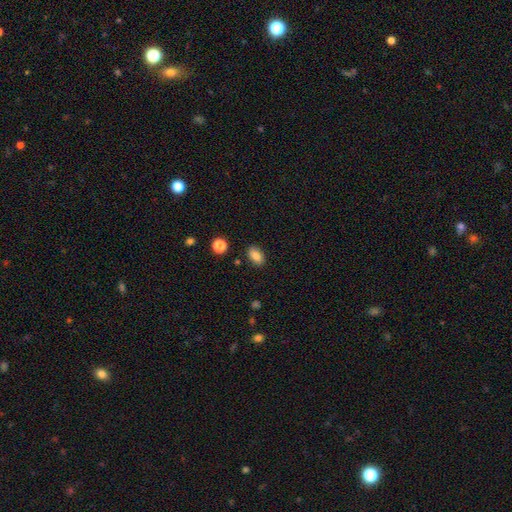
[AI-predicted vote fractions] Smooth or featured? Predicted: smooth (p=0.84). How rounded? Predicted: in between (p=0.88). Merging? Predicted: none (p=0.86).